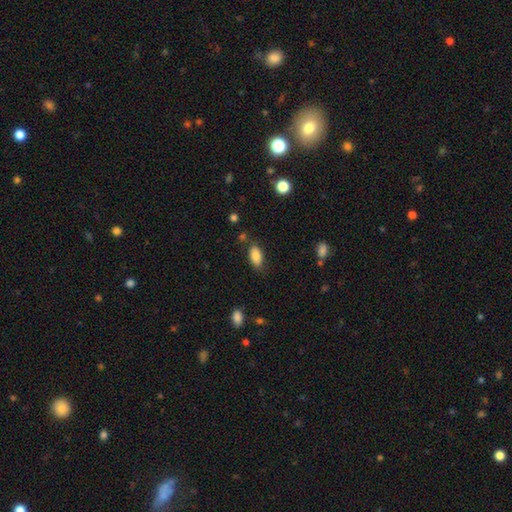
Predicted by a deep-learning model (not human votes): Q: Smooth or featured?
A: smooth (85%); runner-up: star or artifact (8%)
Q: How rounded?
A: in between (91%); runner-up: cigar-shaped (6%)
Q: Merging?
A: none (73%); runner-up: minor disturbance (19%)